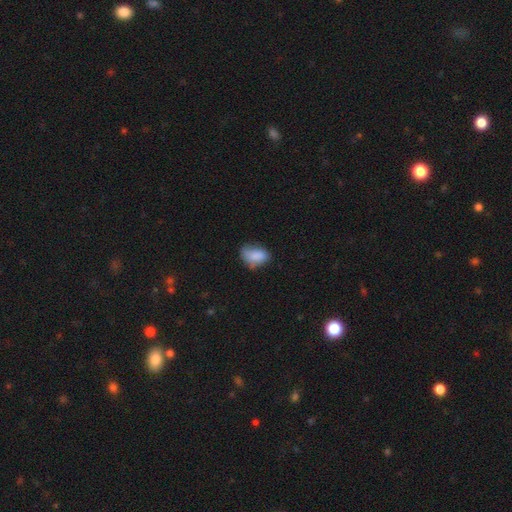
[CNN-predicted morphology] Smooth or featured?
  - smooth: 82% *
  - featured or disk: 9%
  - star or artifact: 9%
How rounded?
  - in between: 85% *
  - round: 13%
  - cigar-shaped: 2%
Merging?
  - none: 50% *
  - minor disturbance: 36%
  - major disturbance: 11%
  - merger: 3%